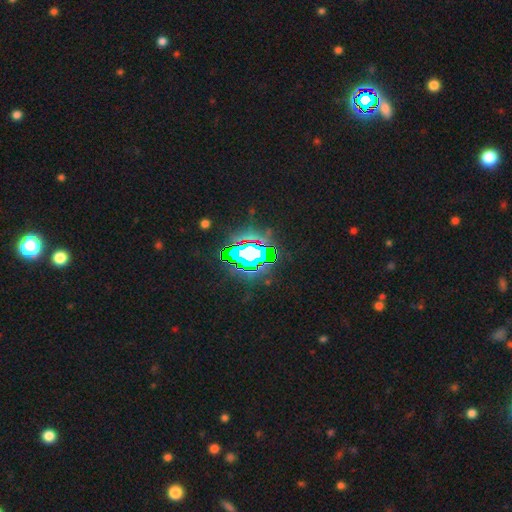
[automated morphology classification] The model was most divided on "smooth or featured": star or artifact: 69%, featured or disk: 17%, smooth: 14%.